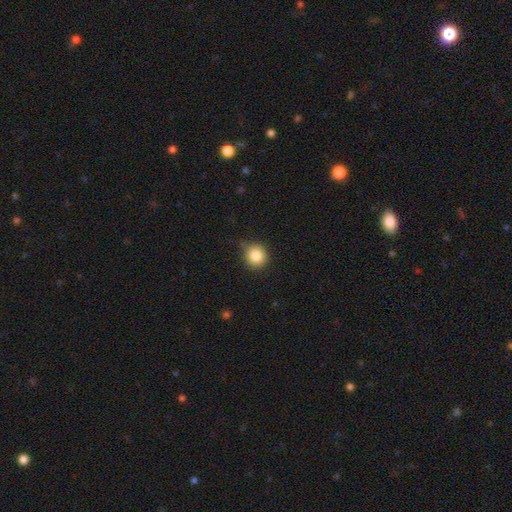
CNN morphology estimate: smooth_or_featured: smooth (p=0.84) [alt: star or artifact p=0.10]
how_rounded: round (p=0.90) [alt: in between p=0.09]
merging: none (p=0.75) [alt: minor disturbance p=0.20]